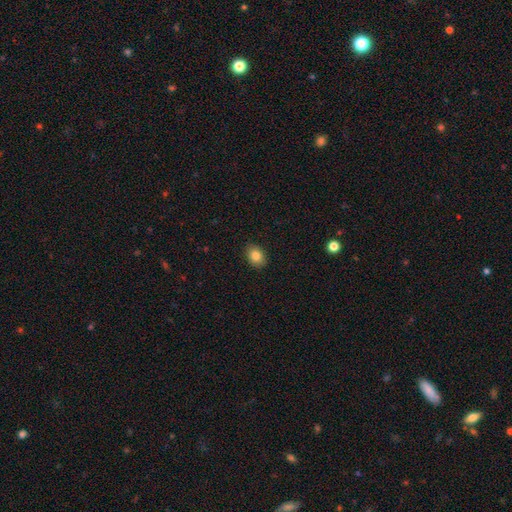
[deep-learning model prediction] Smooth or featured? smooth (84%)
How rounded? in between (67%)
Merging? none (89%)